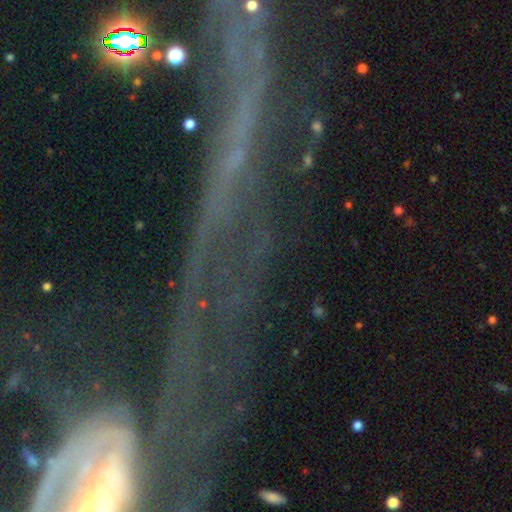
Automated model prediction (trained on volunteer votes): Smooth or featured?
  - star or artifact: 52% *
  - featured or disk: 34%
  - smooth: 14%